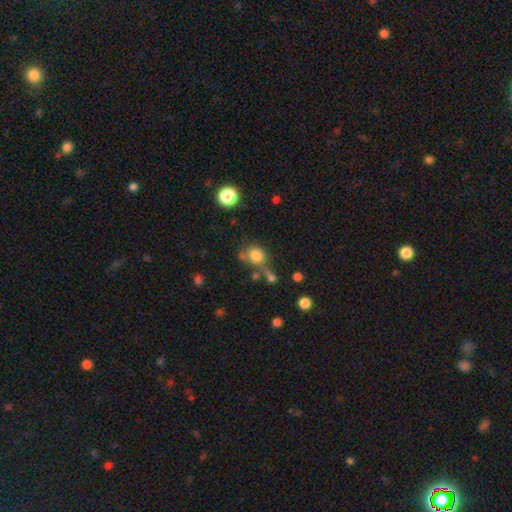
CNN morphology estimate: This appears to be a smooth galaxy with no disk features (81%) that is round (84%). Merging: none (57%).